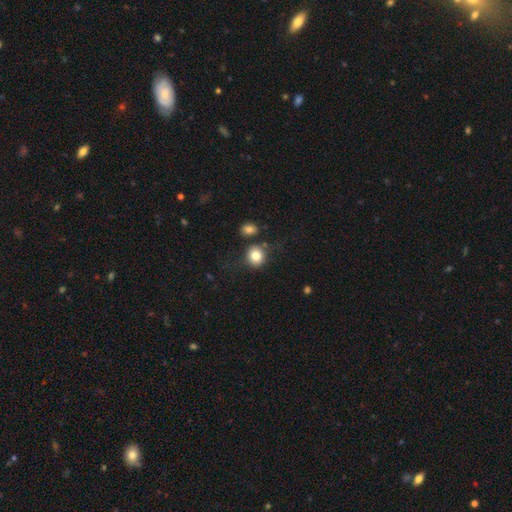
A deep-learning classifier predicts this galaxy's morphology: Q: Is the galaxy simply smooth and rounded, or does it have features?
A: smooth — 82%.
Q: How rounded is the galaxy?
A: round — 84%.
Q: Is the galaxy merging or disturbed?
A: none — 75%.